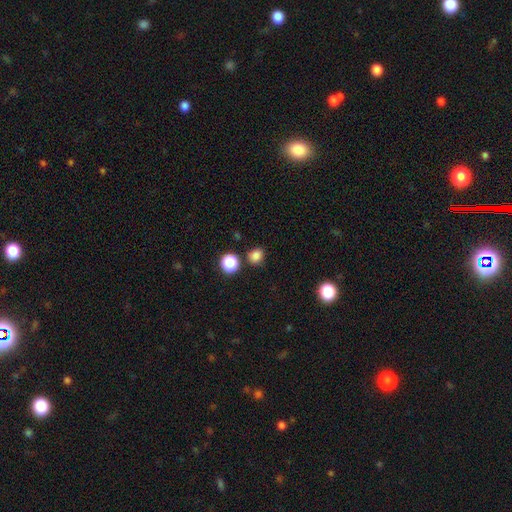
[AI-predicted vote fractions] Smooth or featured?
  - smooth: 82% *
  - star or artifact: 14%
  - featured or disk: 4%
How rounded?
  - round: 76% *
  - in between: 23%
  - cigar-shaped: 1%
Merging?
  - none: 83% *
  - minor disturbance: 9%
  - merger: 6%
  - major disturbance: 3%